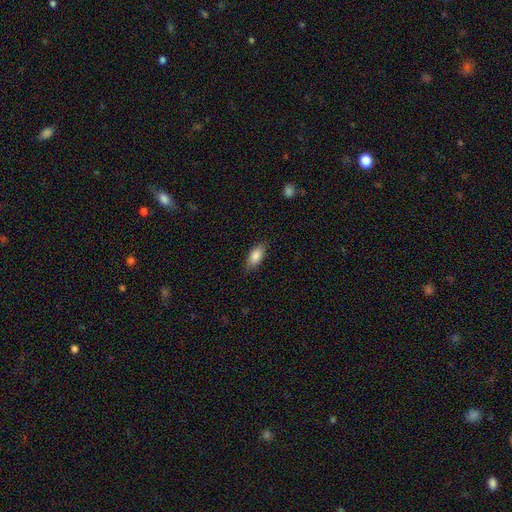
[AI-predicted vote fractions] This appears to be a smooth galaxy with no disk features (86%) that is in between round and cigar-shaped (84%). Merging: none (83%).